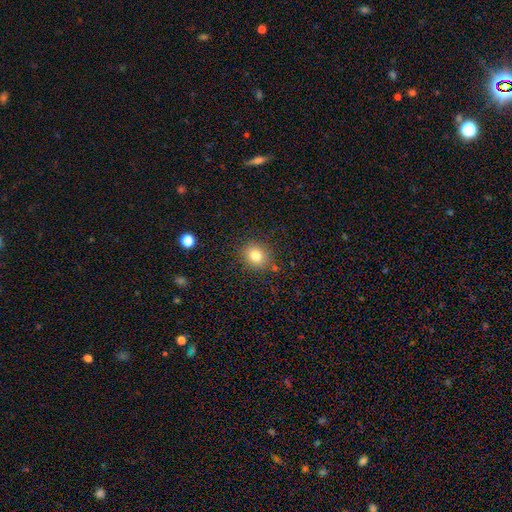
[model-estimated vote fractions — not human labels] Smooth or featured? Predicted: smooth (p=0.80). How rounded? Predicted: round (p=0.71). Merging? Predicted: none (p=0.84).